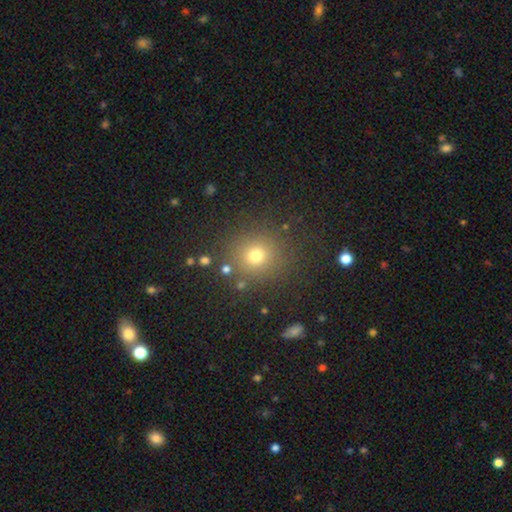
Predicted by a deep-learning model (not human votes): Q: Smooth or featured?
A: smooth (72%); runner-up: star or artifact (20%)
Q: How rounded?
A: round (89%); runner-up: in between (10%)
Q: Merging?
A: none (84%); runner-up: minor disturbance (9%)